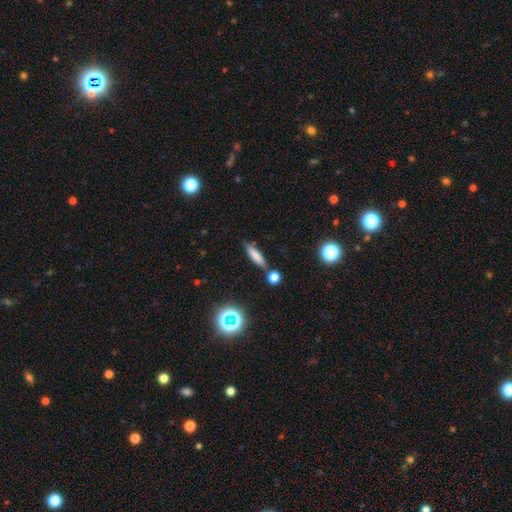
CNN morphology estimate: Smooth or featured? smooth (73%)
How rounded? cigar-shaped (69%)
Merging? none (74%)